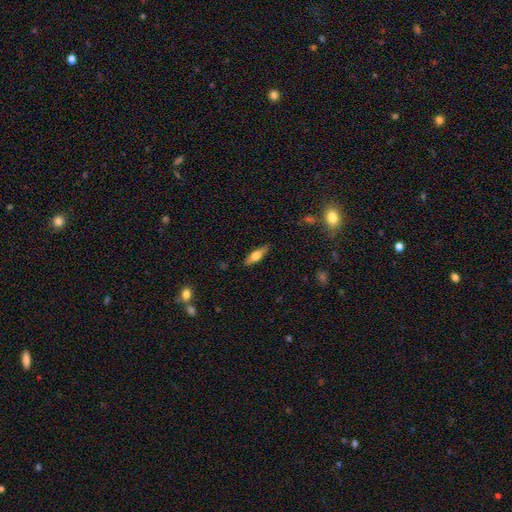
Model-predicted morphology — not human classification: This is possibly a smooth galaxy (50%). How rounded: possibly cigar-shaped (58%). Merging: clearly none (88%).